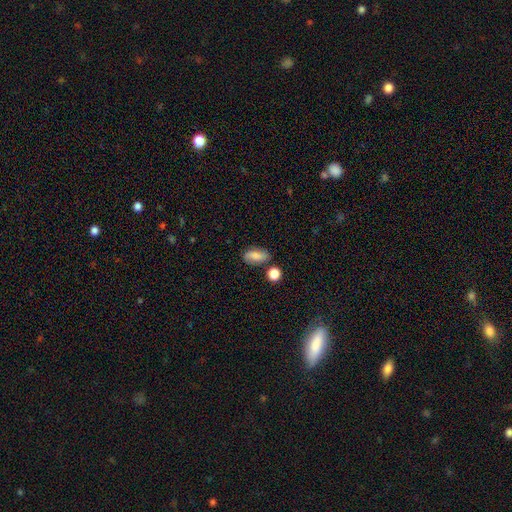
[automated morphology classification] A smooth galaxy with no disk features (69%) that is in between round and cigar-shaped (85%). Merging: none (74%).